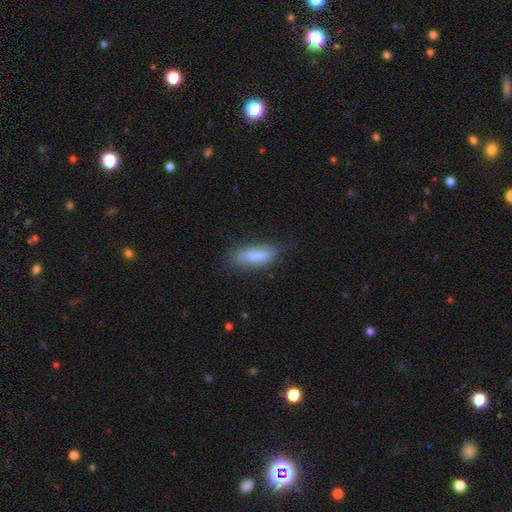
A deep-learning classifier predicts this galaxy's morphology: Smooth or featured?
  - smooth: 81% *
  - featured or disk: 12%
  - star or artifact: 7%
How rounded?
  - in between: 62% *
  - cigar-shaped: 36%
  - round: 2%
Merging?
  - none: 69% *
  - minor disturbance: 23%
  - major disturbance: 6%
  - merger: 2%